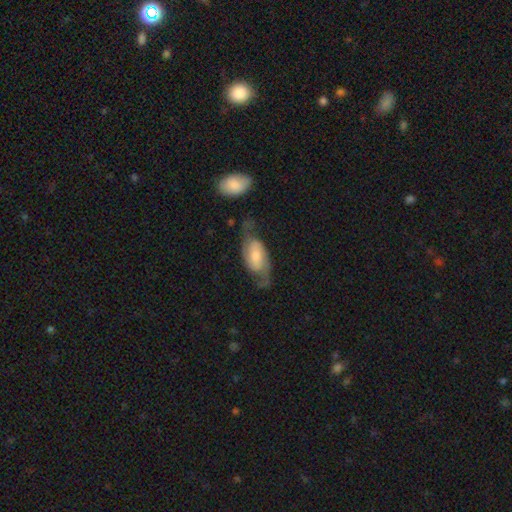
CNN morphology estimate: Smooth or featured? Predicted: featured or disk (p=0.69). Edge-on disk? Predicted: no (p=0.94). Bar? Predicted: no (p=0.52). Spiral arms? Predicted: yes (p=0.91). Spiral winding? Predicted: loose (p=0.44). Spiral arm count? Predicted: 2 (p=0.89). Bulge size? Predicted: moderate (p=0.44). Merging? Predicted: none (p=0.54).